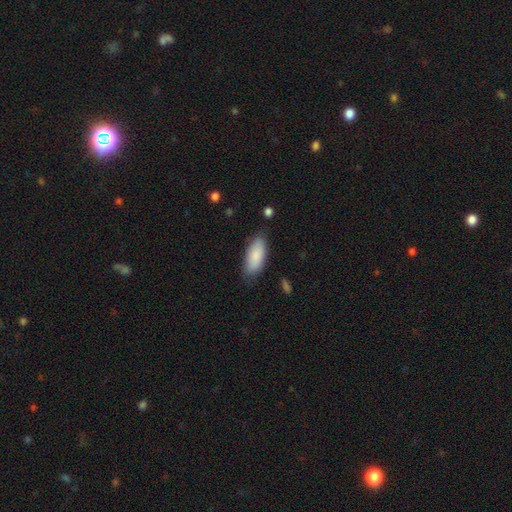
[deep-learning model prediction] Q: Smooth or featured?
A: smooth (87%); runner-up: featured or disk (8%)
Q: How rounded?
A: in between (84%); runner-up: cigar-shaped (14%)
Q: Merging?
A: none (78%); runner-up: minor disturbance (17%)